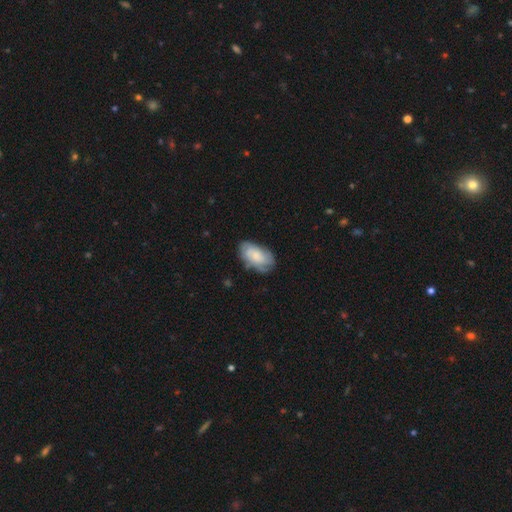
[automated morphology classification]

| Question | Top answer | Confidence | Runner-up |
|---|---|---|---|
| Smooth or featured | smooth | 54% | featured or disk (39%) |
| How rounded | in between | 93% | round (5%) |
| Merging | none | 67% | minor disturbance (24%) |